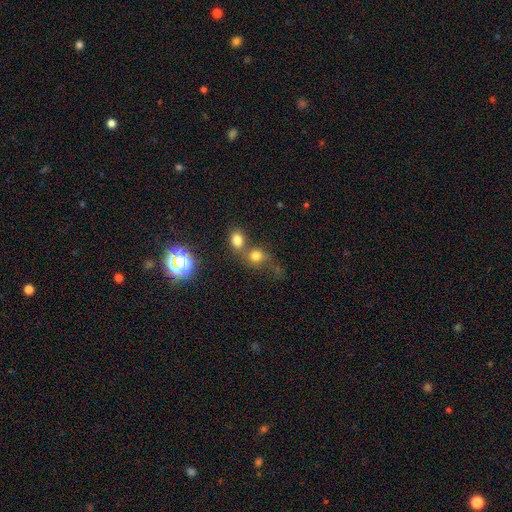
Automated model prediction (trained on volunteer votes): Smooth or featured?
  - smooth: 74% *
  - star or artifact: 16%
  - featured or disk: 11%
How rounded?
  - round: 74% *
  - in between: 24%
  - cigar-shaped: 1%
Merging?
  - merger: 45% *
  - none: 38%
  - minor disturbance: 9%
  - major disturbance: 8%